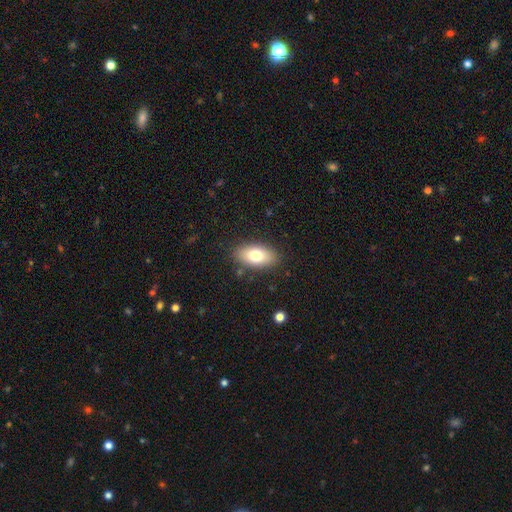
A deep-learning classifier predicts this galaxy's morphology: The model was most divided on "smooth or featured": smooth: 76%, featured or disk: 16%, star or artifact: 8%. More confident: how rounded — in between (90%); merging — none (86%).